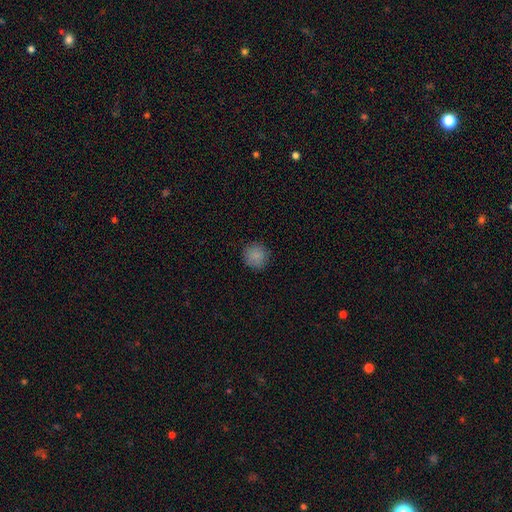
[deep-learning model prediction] The model was most divided on "smooth or featured": smooth: 86%, star or artifact: 9%, featured or disk: 5%. More confident: how rounded — round (93%); merging — none (89%).